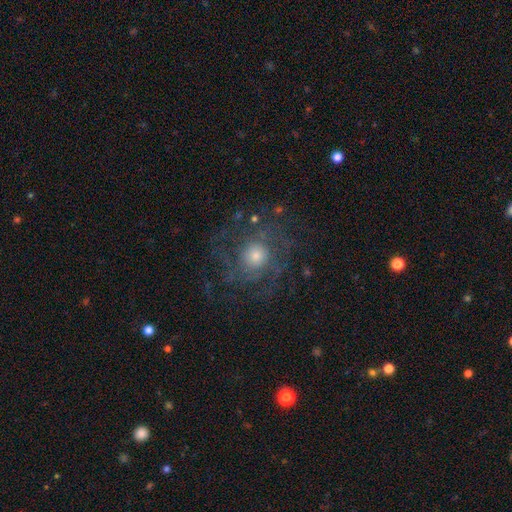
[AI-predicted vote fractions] This appears to be a featured or disk galaxy (66%) with no bar (84%), tight (49%) spiral arms (81%) and a moderate central bulge (49%). Merging: none (69%).